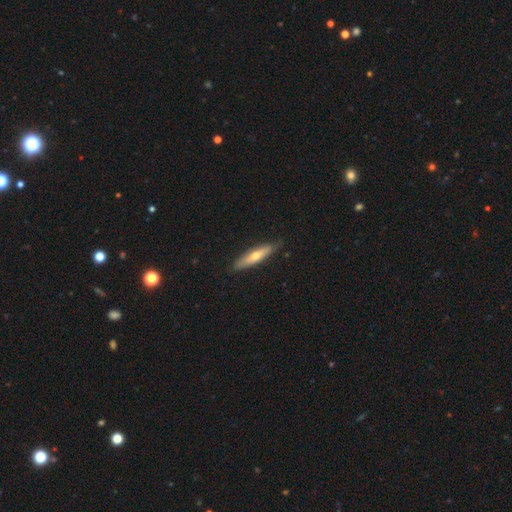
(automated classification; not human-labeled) Smooth or featured? Predicted: smooth (p=0.48). Merging? Predicted: none (p=0.87).